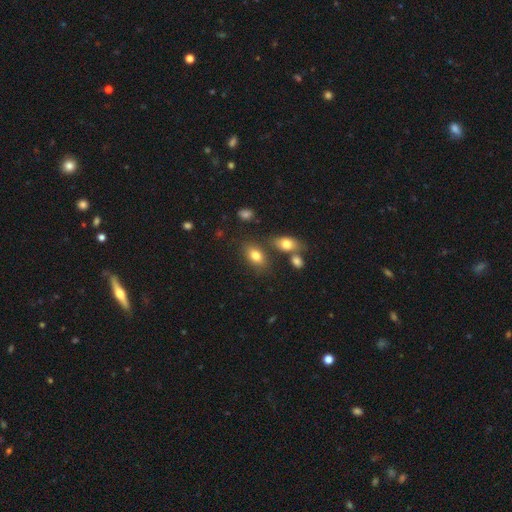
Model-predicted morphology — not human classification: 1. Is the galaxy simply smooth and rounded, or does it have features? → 80% smooth, 11% featured or disk, 9% star or artifact.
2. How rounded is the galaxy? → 86% in between, 11% round, 3% cigar-shaped.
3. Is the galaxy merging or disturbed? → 70% none, 13% minor disturbance, 12% merger, 4% major disturbance.